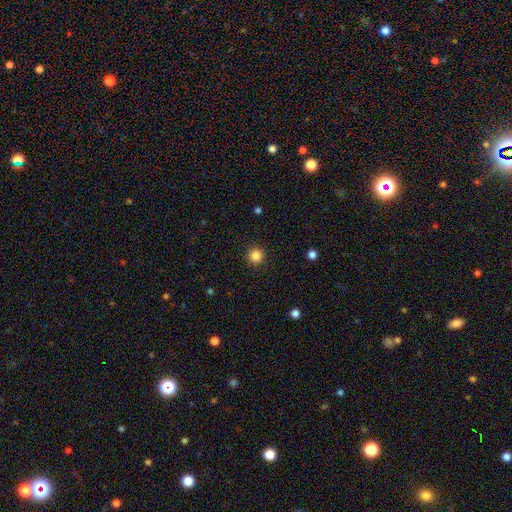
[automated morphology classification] A smooth galaxy with no disk features (85%) that is round (95%). Merging: none (92%).